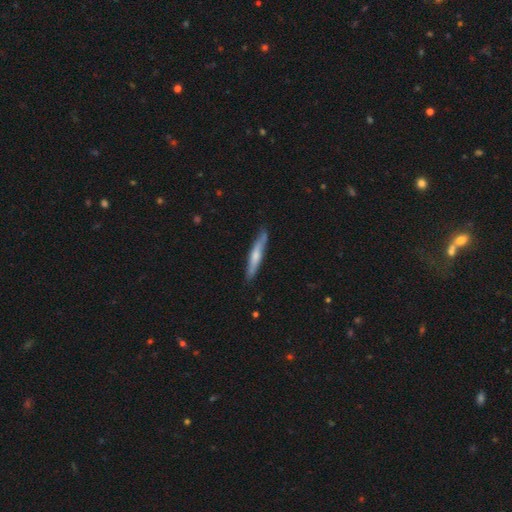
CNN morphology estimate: smooth_or_featured: smooth (p=0.52) [alt: featured or disk p=0.43]
how_rounded: cigar-shaped (p=0.92) [alt: in between p=0.06]
merging: none (p=0.82) [alt: minor disturbance p=0.14]